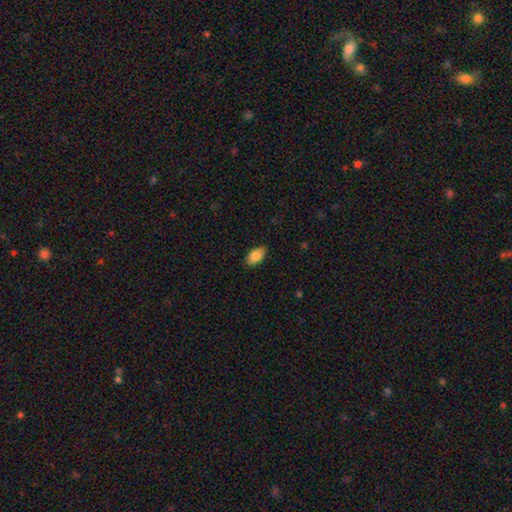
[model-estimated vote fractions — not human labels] The model was most divided on "merging": none: 84%, minor disturbance: 13%, major disturbance: 2%, merger: 1%. More confident: how rounded — in between (93%); smooth or featured — smooth (84%).